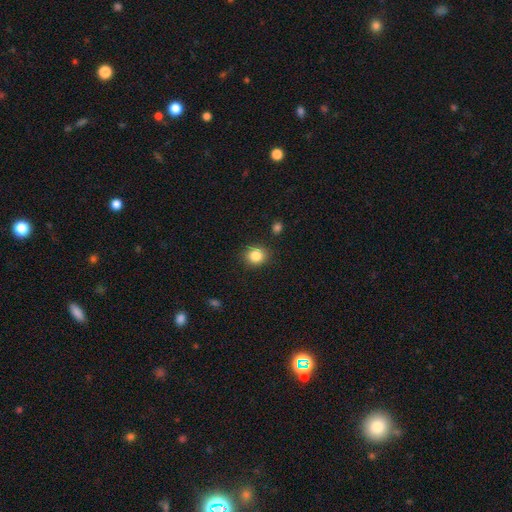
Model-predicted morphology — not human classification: Q: Smooth or featured?
A: smooth (85%); runner-up: star or artifact (10%)
Q: How rounded?
A: round (81%); runner-up: in between (18%)
Q: Merging?
A: none (88%); runner-up: minor disturbance (8%)